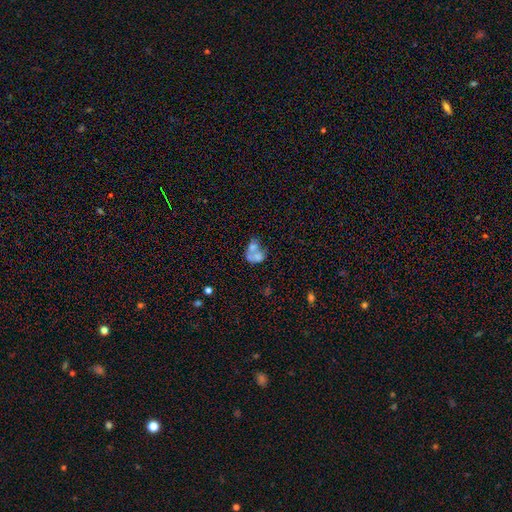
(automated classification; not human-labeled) Overall: smooth (54%; featured or disk 34%). How rounded: in between (64%; round 34%). Merging: merger (65%).